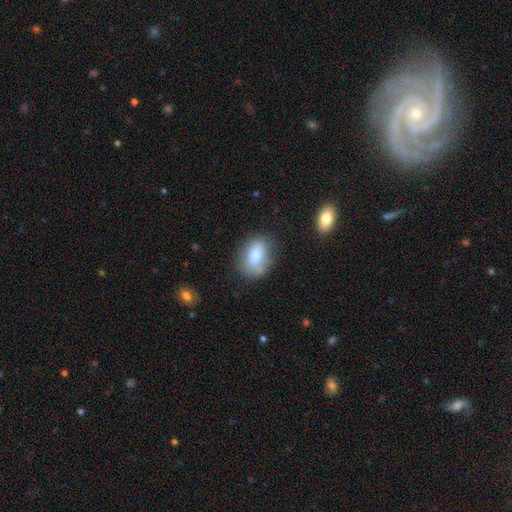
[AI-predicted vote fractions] smooth_or_featured: smooth (p=0.78) [alt: featured or disk p=0.15]
how_rounded: in between (p=0.83) [alt: round p=0.15]
merging: none (p=0.63) [alt: minor disturbance p=0.24]